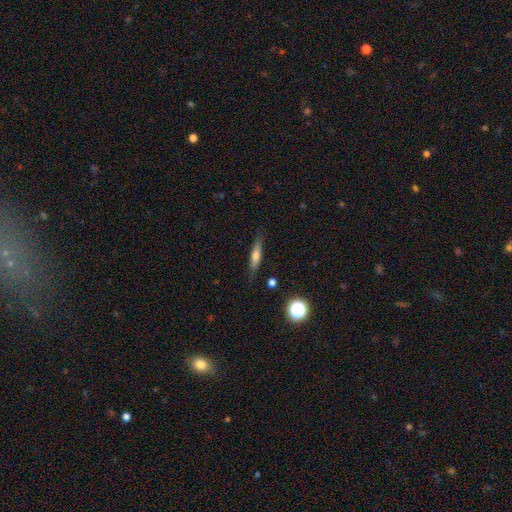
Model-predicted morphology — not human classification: This is possibly a smooth galaxy (55%). How rounded: likely cigar-shaped (79%). Merging: clearly none (82%).